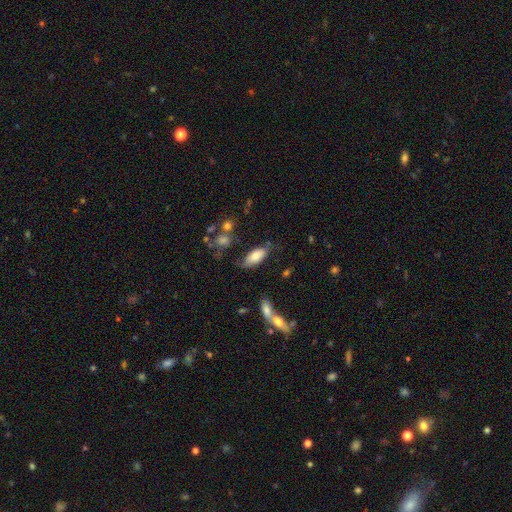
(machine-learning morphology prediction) Smooth or featured? smooth (72%)
How rounded? in between (86%)
Merging? none (58%)